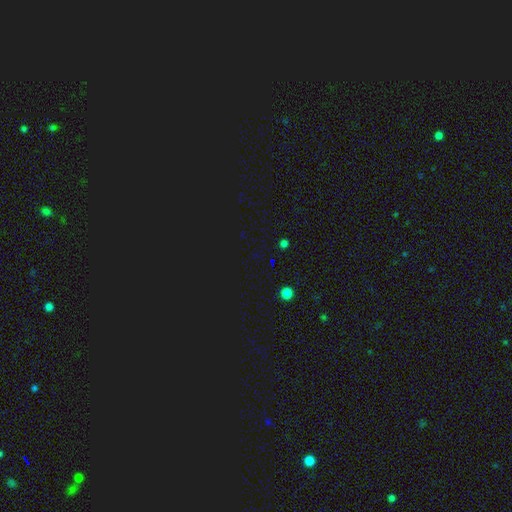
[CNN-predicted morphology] A star or artifact, not a galaxy (69%).

Vote fractions:
- Smooth or featured? star or artifact: 69% / smooth: 25% / featured or disk: 6%